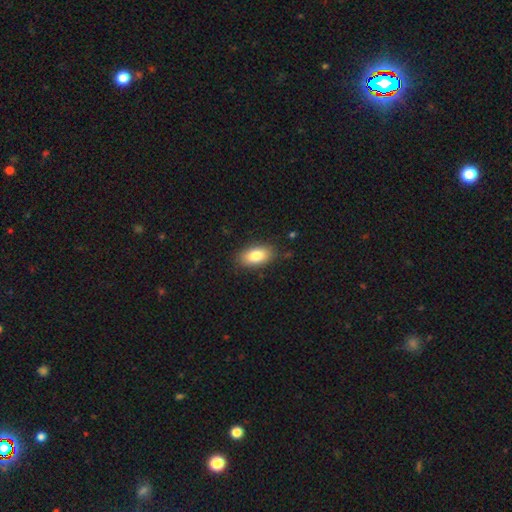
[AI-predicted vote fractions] Overall: smooth (82%). How rounded: in between (92%). Merging: none (86%).